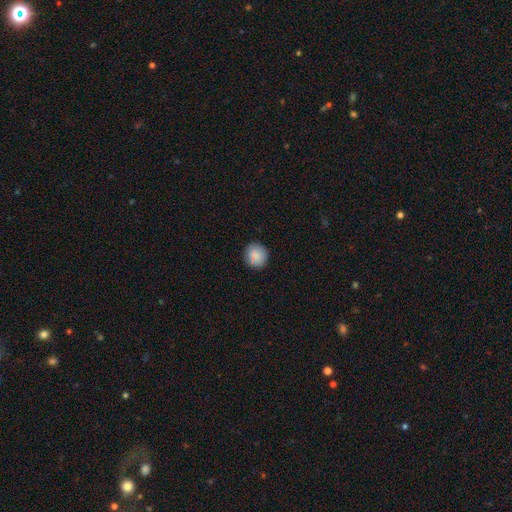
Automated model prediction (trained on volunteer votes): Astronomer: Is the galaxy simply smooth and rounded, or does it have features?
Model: smooth — 85%.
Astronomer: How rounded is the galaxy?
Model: round — 89%.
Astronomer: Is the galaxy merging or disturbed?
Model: none — 86%.